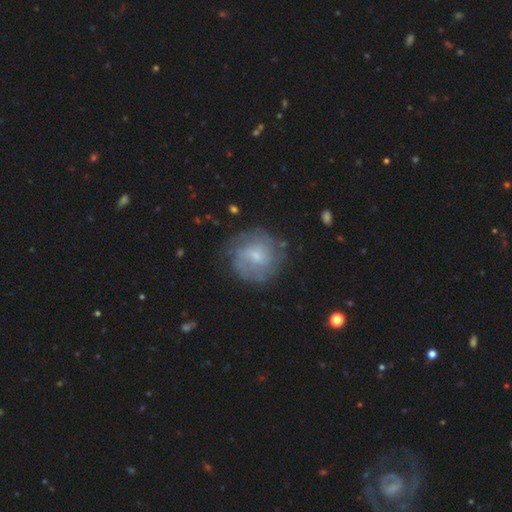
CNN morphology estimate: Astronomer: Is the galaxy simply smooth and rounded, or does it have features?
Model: featured or disk — 51% (runner-up: smooth, 41%).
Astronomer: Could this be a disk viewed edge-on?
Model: no — 97%.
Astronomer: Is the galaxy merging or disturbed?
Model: none — 71%.